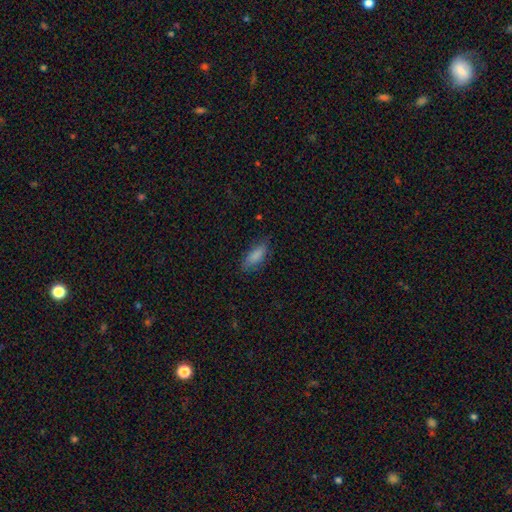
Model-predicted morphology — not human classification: A smooth galaxy with no disk features (84%) that is in between round and cigar-shaped (74%). Merging: none (74%).